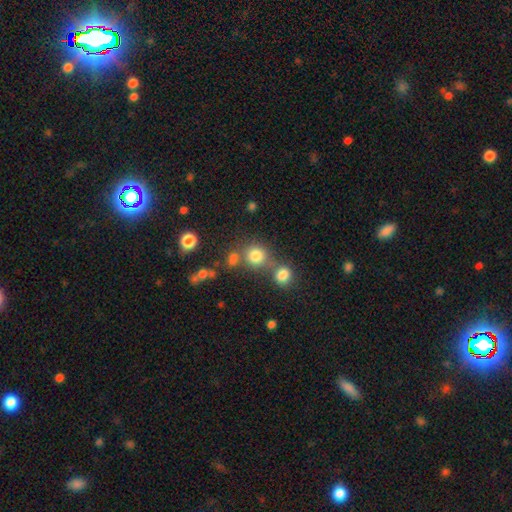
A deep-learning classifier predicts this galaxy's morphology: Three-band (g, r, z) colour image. It shows a smooth galaxy with no disk features (79%) that is round (87%). Merging: none (59%).